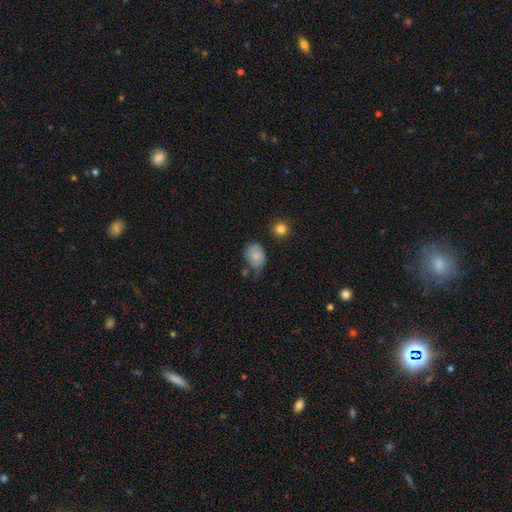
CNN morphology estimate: smooth_or_featured: smooth (p=0.78) [alt: featured or disk p=0.13]
how_rounded: in between (p=0.59) [alt: round p=0.40]
merging: none (p=0.42) [alt: minor disturbance p=0.38]